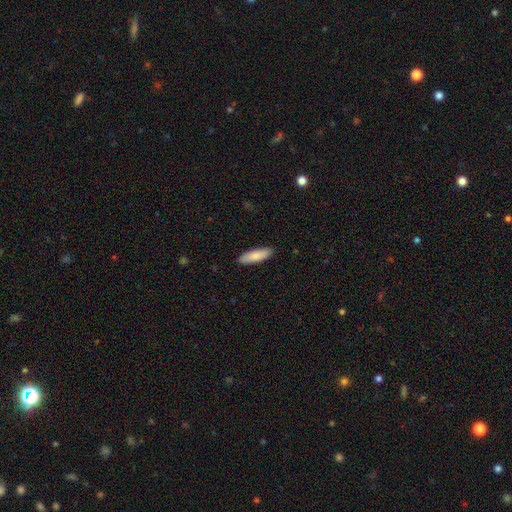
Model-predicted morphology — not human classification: Overall: smooth (84%). How rounded: cigar-shaped (56%; in between 42%). Merging: none (90%).